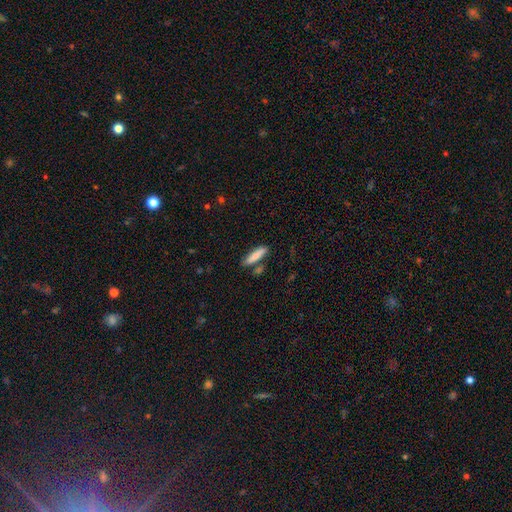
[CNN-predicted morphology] A smooth galaxy with no disk features (81%) that is cigar-shaped (76%).

Vote fractions:
- Smooth or featured? smooth: 81% / featured or disk: 13% / star or artifact: 6%
- How rounded? cigar-shaped: 76% / in between: 22% / round: 2%
- Merging? none: 76% / minor disturbance: 12% / merger: 9% / major disturbance: 3%